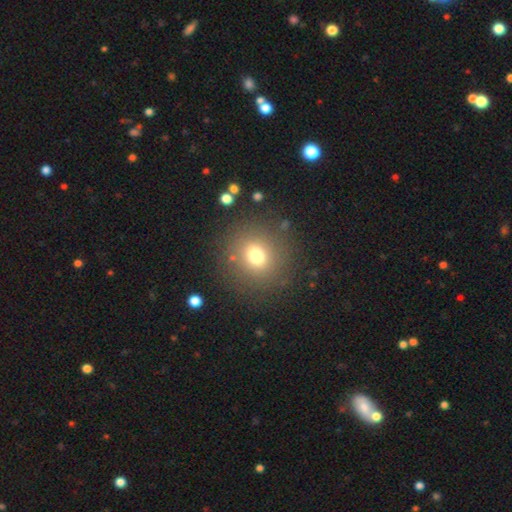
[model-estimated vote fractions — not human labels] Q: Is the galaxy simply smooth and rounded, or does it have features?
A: smooth — 72%.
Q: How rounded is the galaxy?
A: round — 89%.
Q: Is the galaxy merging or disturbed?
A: none — 85%.